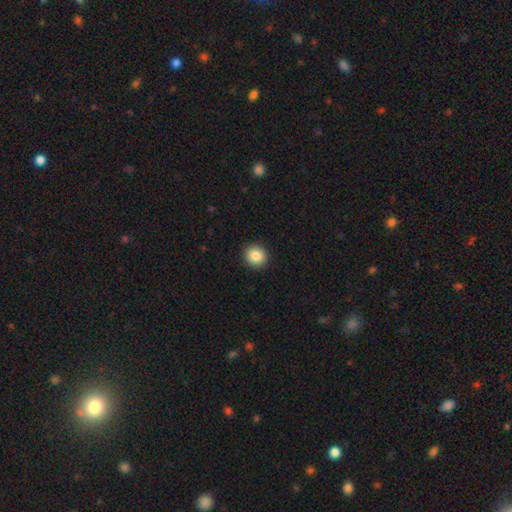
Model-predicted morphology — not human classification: The model was most divided on "smooth or featured": smooth: 86%, star or artifact: 9%, featured or disk: 5%. More confident: merging — none (92%); how rounded — round (91%).